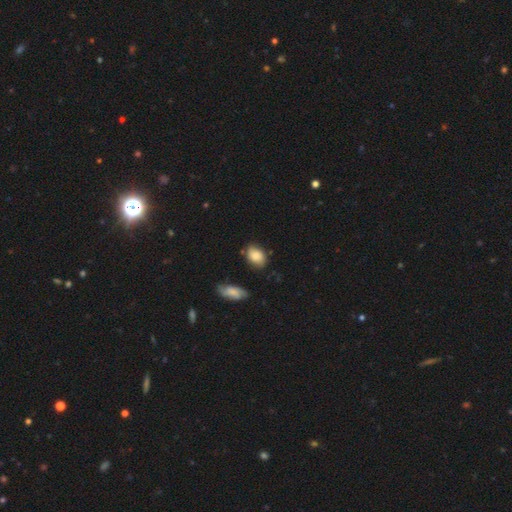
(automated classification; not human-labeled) This is clearly a smooth galaxy (81%). How rounded: clearly in between (82%). Merging: likely none (70%).